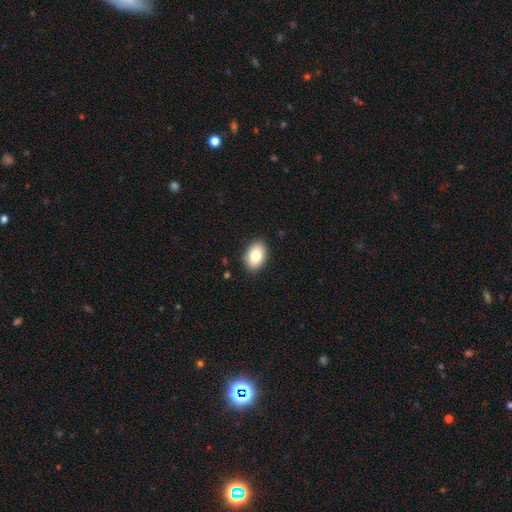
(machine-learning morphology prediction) Smooth or featured: smooth — 82% (featured or disk — 11%)
How rounded: in between — 85% (round — 14%)
Merging: none — 89% (minor disturbance — 8%)